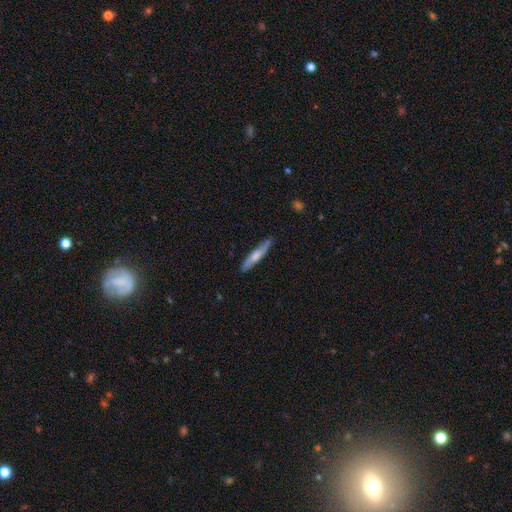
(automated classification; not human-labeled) Smooth or featured?
  - smooth: 58% *
  - featured or disk: 37%
  - star or artifact: 5%
How rounded?
  - cigar-shaped: 91% *
  - in between: 7%
  - round: 1%
Merging?
  - none: 85% *
  - minor disturbance: 12%
  - major disturbance: 2%
  - merger: 1%